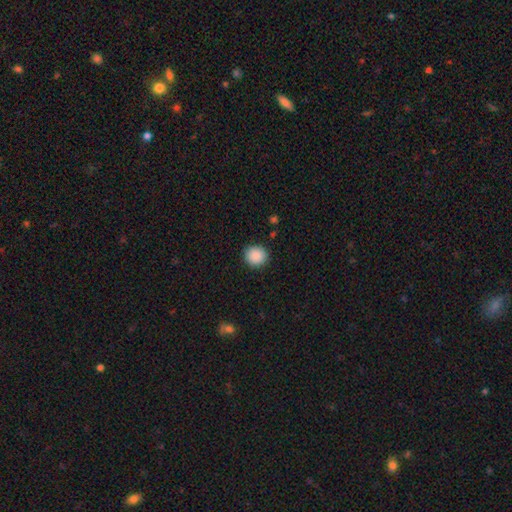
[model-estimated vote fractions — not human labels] smooth-or-featured: smooth: 89% | star or artifact: 8% | featured or disk: 2%
  how-rounded: round: 88% | in between: 11% | cigar-shaped: 1%
  merging: none: 90% | minor disturbance: 7% | major disturbance: 2% | merger: 1%